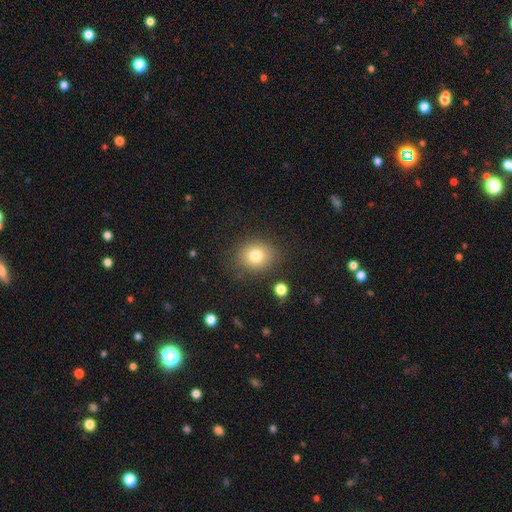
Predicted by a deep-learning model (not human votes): Smooth or featured? Predicted: smooth (p=0.79). How rounded? Predicted: round (p=0.67). Merging? Predicted: none (p=0.82).